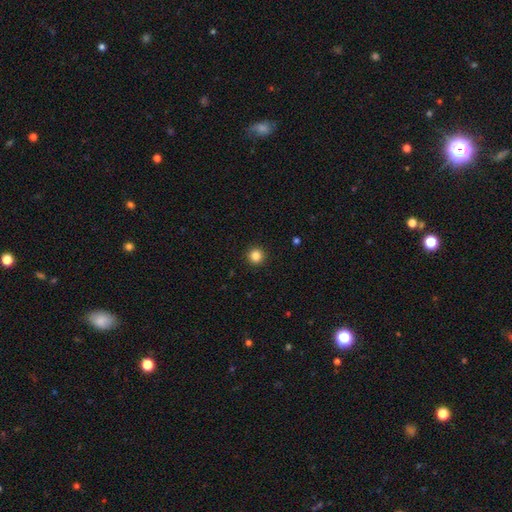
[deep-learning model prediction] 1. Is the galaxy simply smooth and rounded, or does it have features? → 85% smooth, 11% star or artifact, 4% featured or disk.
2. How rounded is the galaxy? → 96% round, 3% in between, 1% cigar-shaped.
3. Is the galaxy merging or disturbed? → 93% none, 4% minor disturbance, 2% major disturbance, 1% merger.